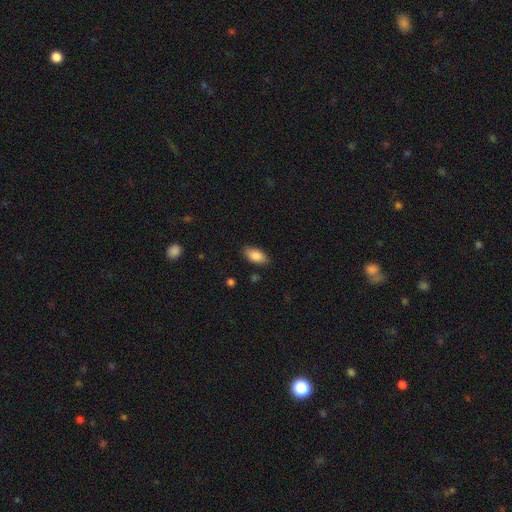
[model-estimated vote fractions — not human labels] smooth_or_featured: smooth (p=0.85) [alt: featured or disk p=0.08]
how_rounded: in between (p=0.91) [alt: cigar-shaped p=0.06]
merging: none (p=0.85) [alt: minor disturbance p=0.11]